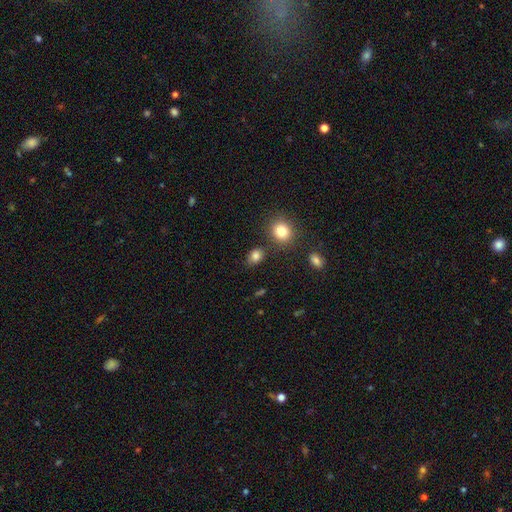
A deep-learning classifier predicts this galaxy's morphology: A smooth galaxy with no disk features (83%) that is in between round and cigar-shaped (61%).

Vote fractions:
- Smooth or featured? smooth: 83% / star or artifact: 11% / featured or disk: 6%
- How rounded? in between: 61% / round: 37% / cigar-shaped: 1%
- Merging? none: 76% / minor disturbance: 13% / merger: 7% / major disturbance: 4%